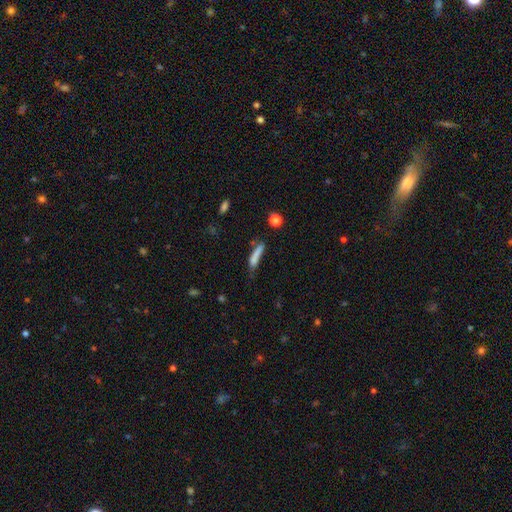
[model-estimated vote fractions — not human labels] Overall: smooth (73%). How rounded: cigar-shaped (80%). Merging: none (45%; minor disturbance 28%).